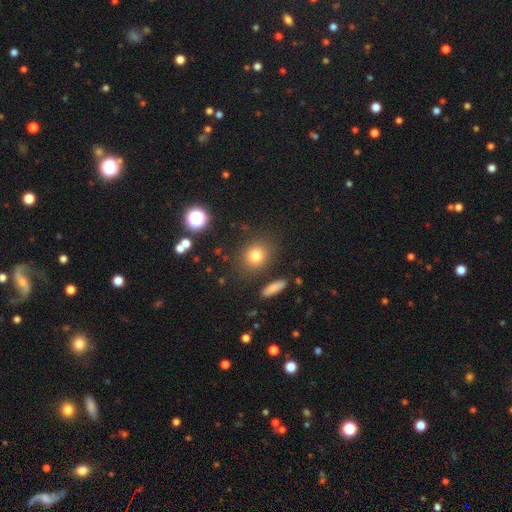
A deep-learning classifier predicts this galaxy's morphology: type=smooth (77%); roundness=round (74%); merging=none (84%).